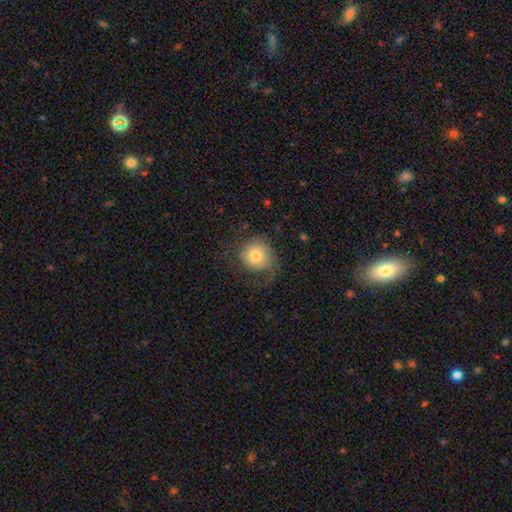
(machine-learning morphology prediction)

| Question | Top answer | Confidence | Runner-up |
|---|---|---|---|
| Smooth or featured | smooth | 62% | featured or disk (29%) |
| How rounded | round | 86% | in between (13%) |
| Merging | none | 51% | major disturbance (27%) |